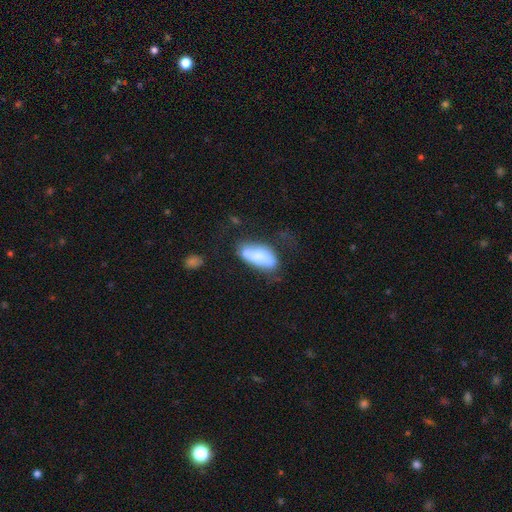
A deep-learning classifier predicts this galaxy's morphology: A smooth galaxy with no disk features (64%) that is in between round and cigar-shaped (76%). Merging: none (41%).